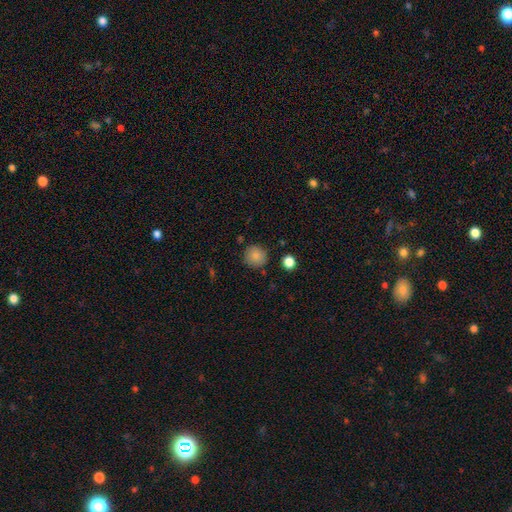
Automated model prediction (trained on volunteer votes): Morphology: type=smooth (86%); roundness=round (92%); merging=none (85%).